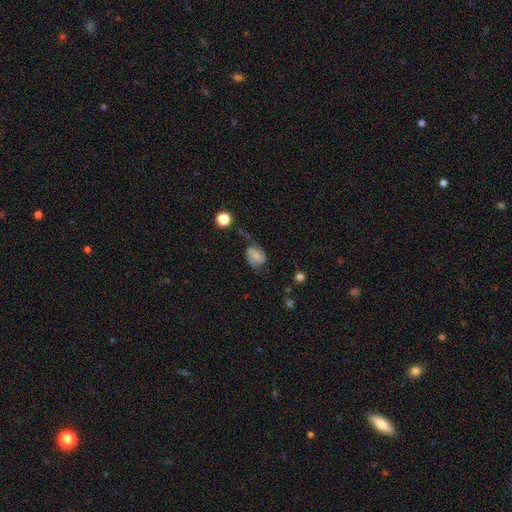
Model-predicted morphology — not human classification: Smooth or featured: featured or disk — 60% (smooth — 31%)
Edge-on disk: no — 97% (yes — 3%)
Bar: weak — 43% (tied with no — 43%)
Spiral arms: yes — 91% (no — 9%)
Spiral winding: medium — 47% (loose — 28%)
Spiral arm count: 2 — 85% (can't tell — 7%)
Bulge size: small — 42% (none — 26%)
Merging: none — 53% (minor disturbance — 27%)